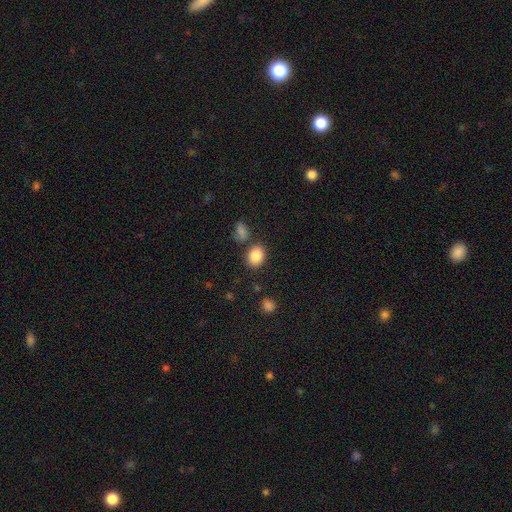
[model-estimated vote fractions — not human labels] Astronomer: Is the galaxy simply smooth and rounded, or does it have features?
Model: smooth — 86%.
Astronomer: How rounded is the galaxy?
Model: in between — 54% (runner-up: round, 46%).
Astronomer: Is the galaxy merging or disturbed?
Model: none — 79%.